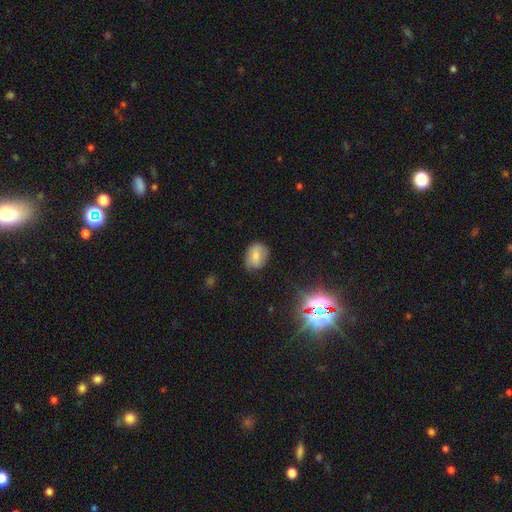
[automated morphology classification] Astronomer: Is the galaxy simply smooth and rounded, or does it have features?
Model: smooth — 67%.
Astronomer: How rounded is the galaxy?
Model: in between — 59% (runner-up: round, 40%).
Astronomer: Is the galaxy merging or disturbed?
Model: none — 70%.